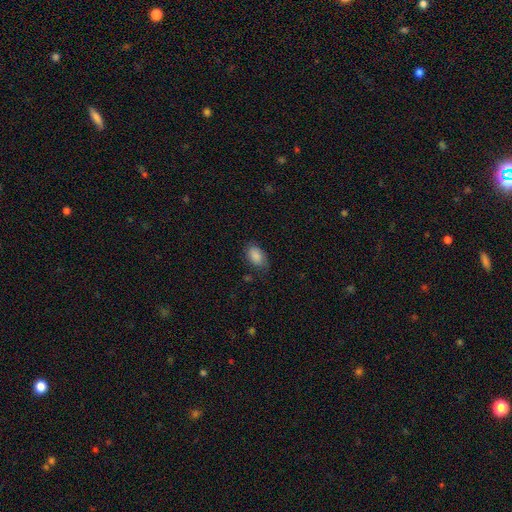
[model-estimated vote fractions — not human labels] Overall: smooth (85%). How rounded: in between (91%). Merging: none (64%; minor disturbance 26%).